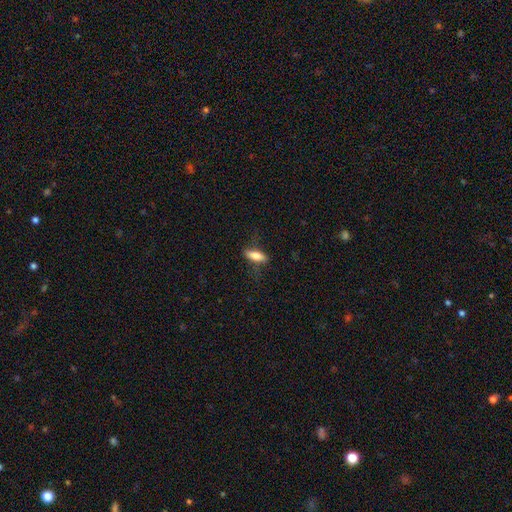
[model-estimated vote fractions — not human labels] Smooth or featured?
  - smooth: 68% *
  - featured or disk: 25%
  - star or artifact: 7%
How rounded?
  - in between: 58% *
  - cigar-shaped: 39%
  - round: 3%
Merging?
  - none: 70% *
  - minor disturbance: 20%
  - major disturbance: 8%
  - merger: 1%